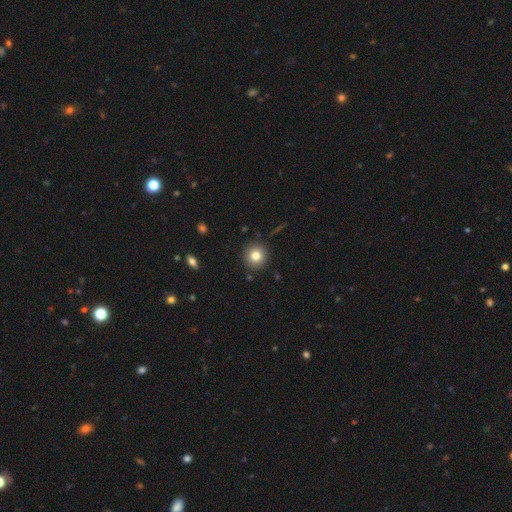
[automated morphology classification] This appears to be a smooth galaxy with no disk features (81%) that is round (91%). Merging: none (89%).